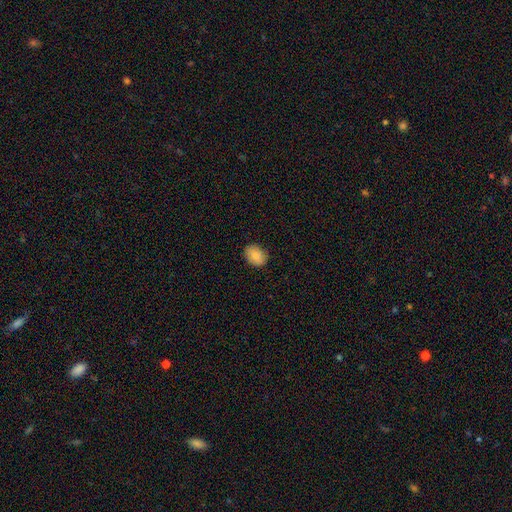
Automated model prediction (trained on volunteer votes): Smooth or featured: smooth — 85% (star or artifact — 7%)
How rounded: in between — 68% (round — 31%)
Merging: none — 85% (minor disturbance — 11%)